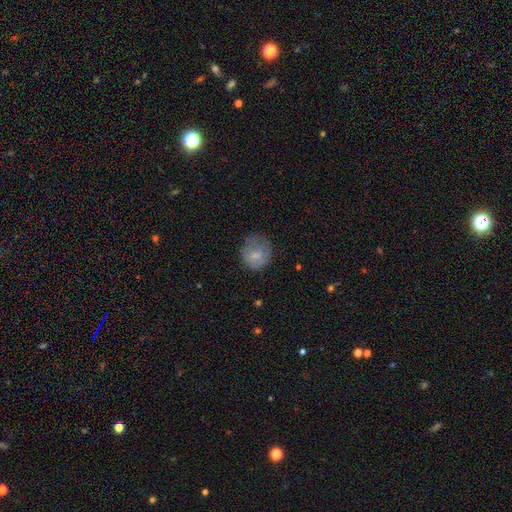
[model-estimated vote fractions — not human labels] A smooth galaxy with no disk features (68%) that is round (80%). Merging: none (56%).